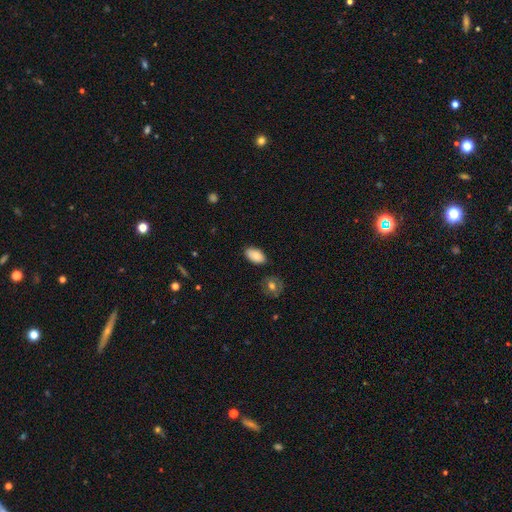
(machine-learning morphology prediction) Smooth or featured: smooth — 83% (featured or disk — 10%)
How rounded: in between — 93% (round — 5%)
Merging: none — 81% (minor disturbance — 13%)